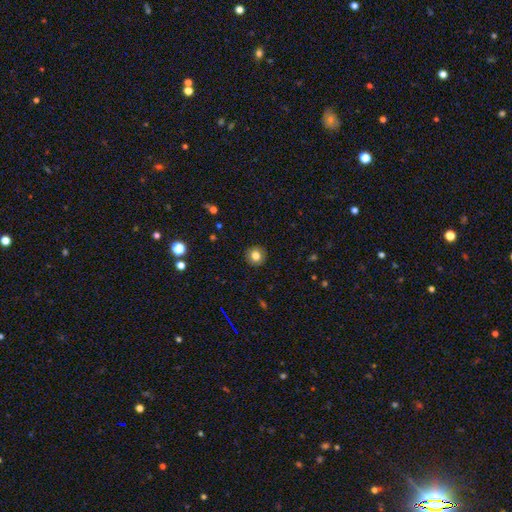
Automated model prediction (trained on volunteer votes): Morphology: type=smooth (81%); roundness=round (93%); merging=none (92%).